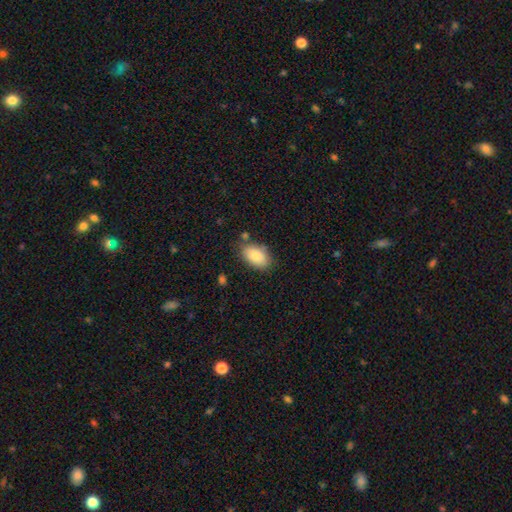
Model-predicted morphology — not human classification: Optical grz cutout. It shows a smooth galaxy with no disk features (85%) that is in between round and cigar-shaped (92%). Merging: none (77%).